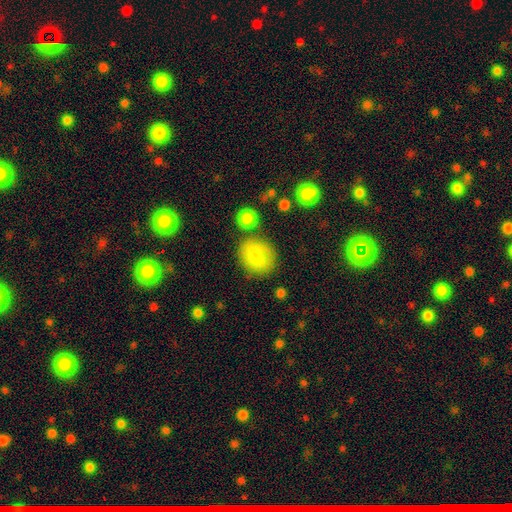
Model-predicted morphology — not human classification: type=smooth (79%); roundness=round (61%); merging=none (67%).